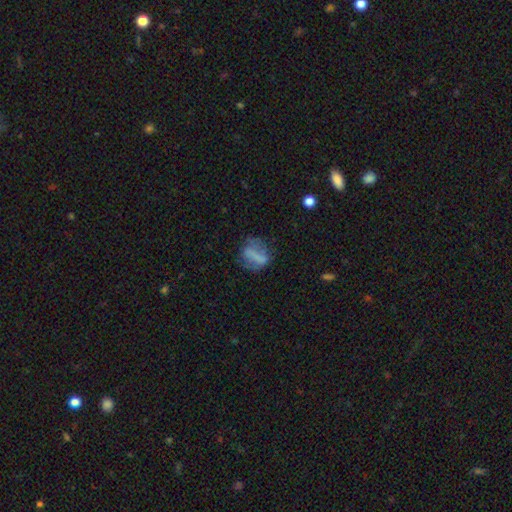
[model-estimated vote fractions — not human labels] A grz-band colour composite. It shows a smooth galaxy with no disk features (53%) that is in between round and cigar-shaped (51%). Merging: none (55%).